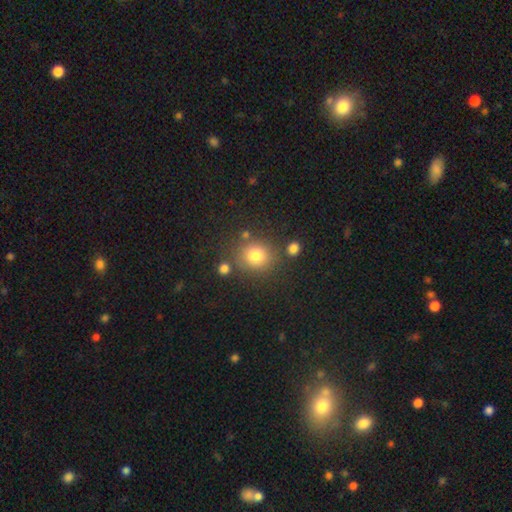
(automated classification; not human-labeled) The model was most divided on "smooth or featured": smooth: 79%, star or artifact: 13%, featured or disk: 8%. More confident: how rounded — round (83%); merging — none (77%).